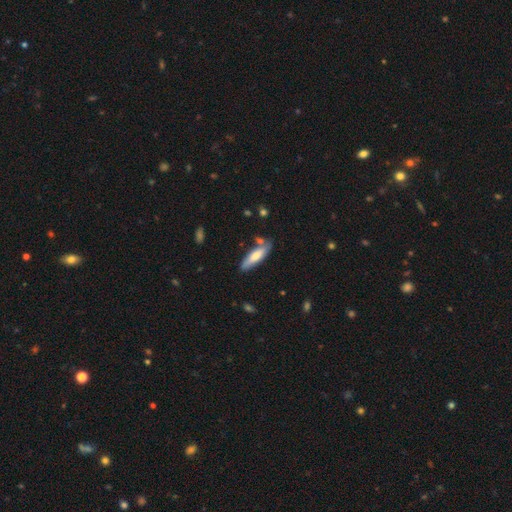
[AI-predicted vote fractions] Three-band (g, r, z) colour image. It shows a smooth galaxy with no disk features (63%) that is cigar-shaped (63%). Merging: none (73%).